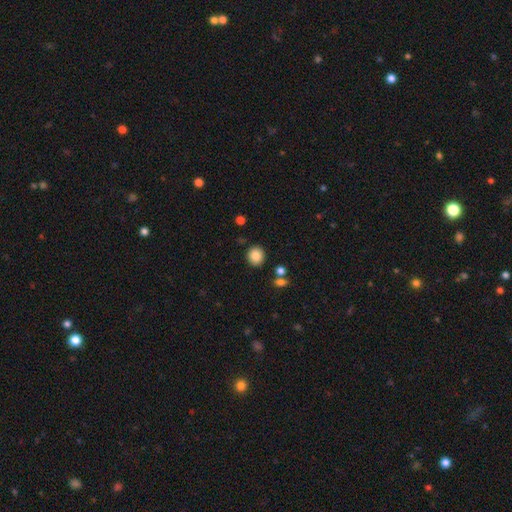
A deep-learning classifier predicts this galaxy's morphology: A smooth galaxy with no disk features (86%) that is round (83%).

Vote fractions:
- Smooth or featured? smooth: 86% / star or artifact: 9% / featured or disk: 5%
- How rounded? round: 83% / in between: 16% / cigar-shaped: 1%
- Merging? none: 87% / minor disturbance: 7% / merger: 4% / major disturbance: 2%